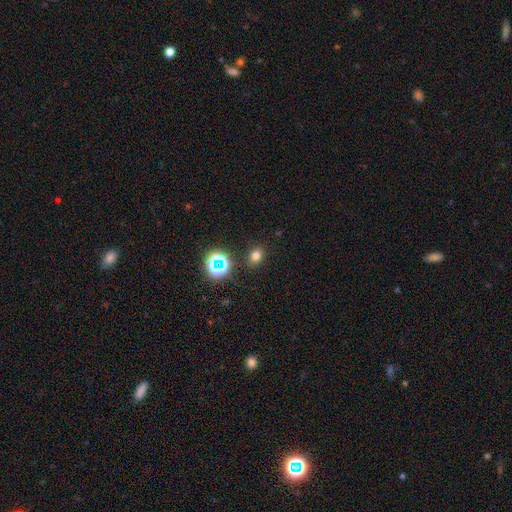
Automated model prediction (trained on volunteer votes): A smooth galaxy with no disk features (74%) that is in between round and cigar-shaped (52%).

Vote fractions:
- Smooth or featured? smooth: 74% / star or artifact: 20% / featured or disk: 6%
- How rounded? in between: 52% / round: 47% / cigar-shaped: 1%
- Merging? none: 87% / minor disturbance: 8% / major disturbance: 3% / merger: 2%